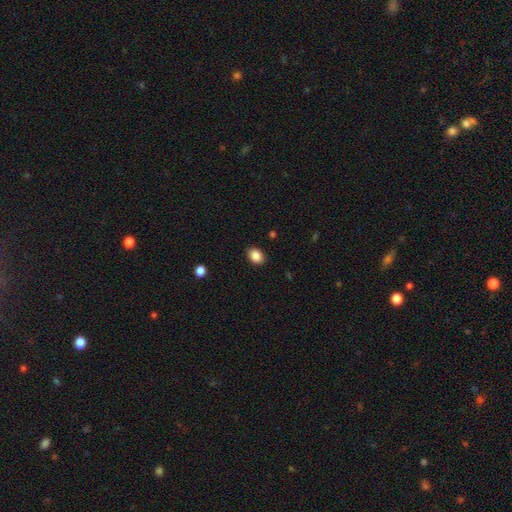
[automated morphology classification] A smooth galaxy with no disk features (88%) that is in between round and cigar-shaped (69%). Merging: none (88%).